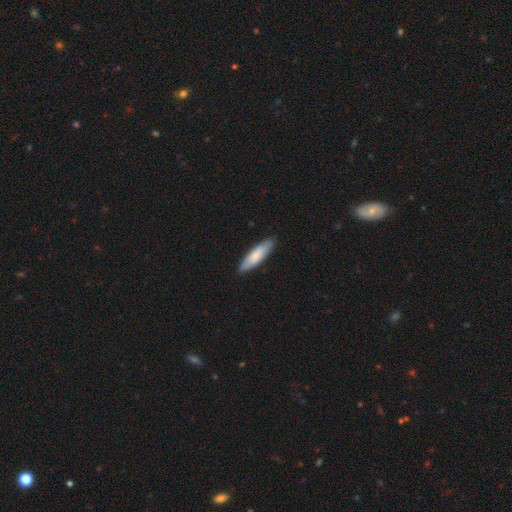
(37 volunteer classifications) smooth 73%, featured or disk 19%, star or artifact 8%. Down the decision tree: how rounded — in between (52%); merging — none (85%).